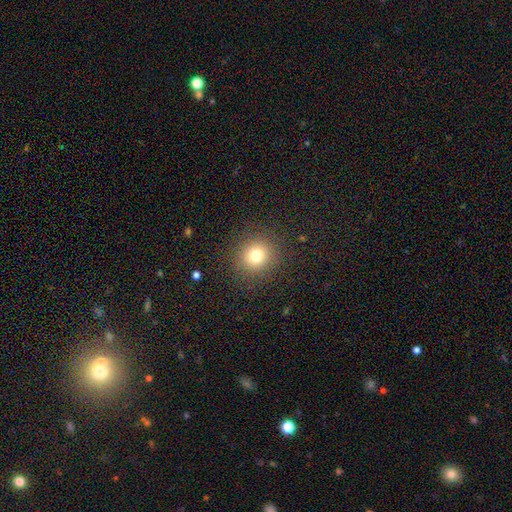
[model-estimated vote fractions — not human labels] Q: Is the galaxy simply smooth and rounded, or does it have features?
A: smooth — 76%.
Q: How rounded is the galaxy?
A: round — 89%.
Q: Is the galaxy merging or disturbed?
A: none — 89%.